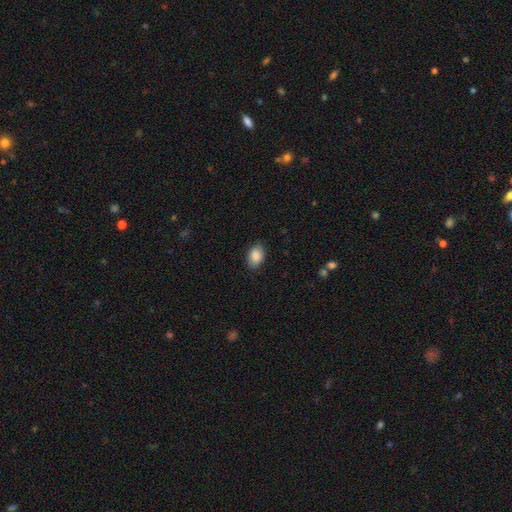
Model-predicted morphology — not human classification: A smooth galaxy with no disk features (88%) that is in between round and cigar-shaped (84%). Merging: none (82%).